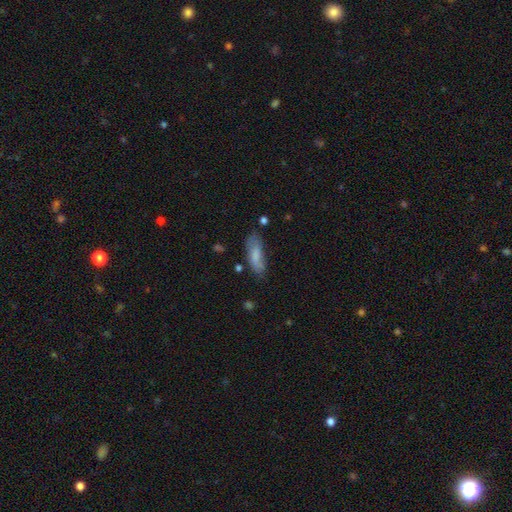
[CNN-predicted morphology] smooth_or_featured: smooth (p=0.78) [alt: featured or disk p=0.15]
how_rounded: in between (p=0.61) [alt: cigar-shaped p=0.37]
merging: none (p=0.68) [alt: minor disturbance p=0.23]